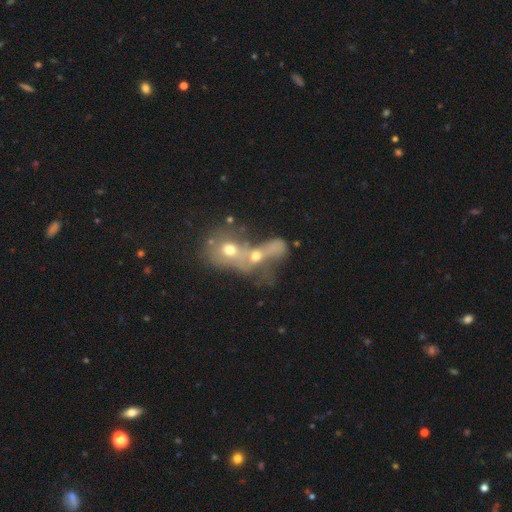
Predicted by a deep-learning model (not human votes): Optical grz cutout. It shows a smooth galaxy with no disk features (43%). Merging: merger (79%).